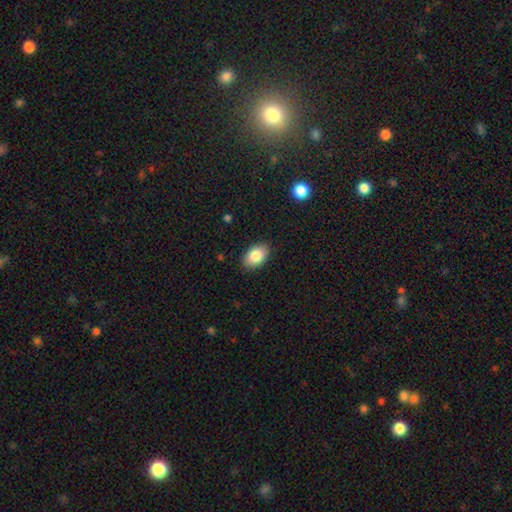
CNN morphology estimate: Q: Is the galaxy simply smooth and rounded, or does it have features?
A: smooth — 85%.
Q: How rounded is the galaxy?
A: in between — 89%.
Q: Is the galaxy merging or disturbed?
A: none — 88%.